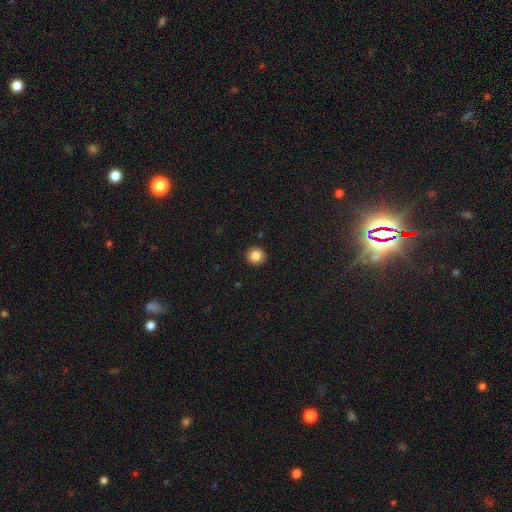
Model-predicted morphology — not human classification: Smooth or featured: smooth — 85% (star or artifact — 9%)
How rounded: round — 94% (in between — 5%)
Merging: none — 93% (minor disturbance — 4%)